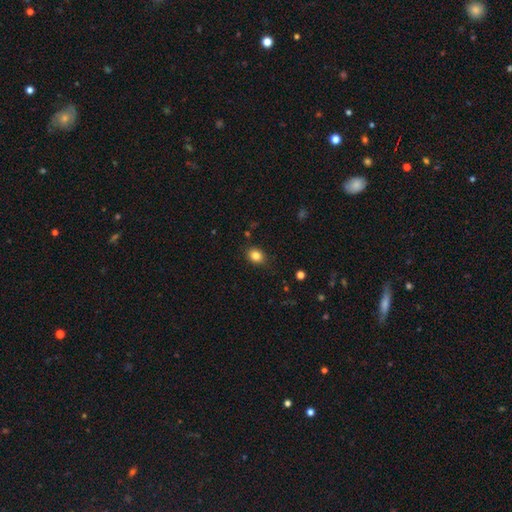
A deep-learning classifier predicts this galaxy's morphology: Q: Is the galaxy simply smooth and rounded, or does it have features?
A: smooth — 84%.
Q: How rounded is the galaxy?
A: in between — 57%.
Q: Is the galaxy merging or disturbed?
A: none — 84%.